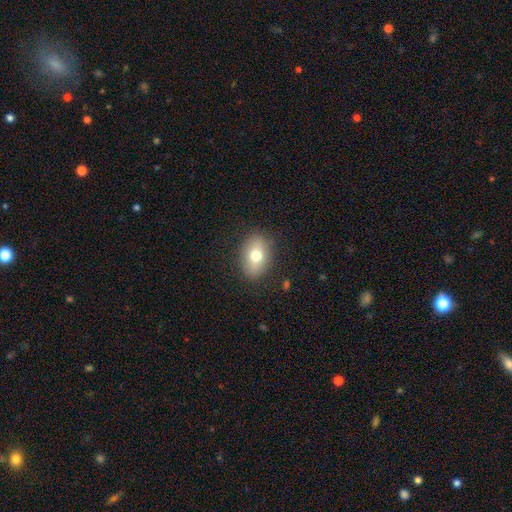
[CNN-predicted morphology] A smooth galaxy with no disk features (71%) that is in between round and cigar-shaped (80%).

Vote fractions:
- Smooth or featured? smooth: 71% / featured or disk: 20% / star or artifact: 9%
- How rounded? in between: 80% / round: 18% / cigar-shaped: 2%
- Merging? none: 86% / minor disturbance: 10% / major disturbance: 3% / merger: 1%